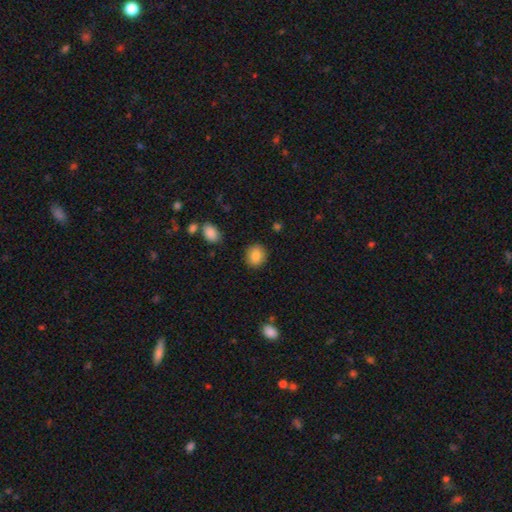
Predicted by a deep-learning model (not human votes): A smooth galaxy with no disk features (85%) that is round (76%). Merging: none (89%).